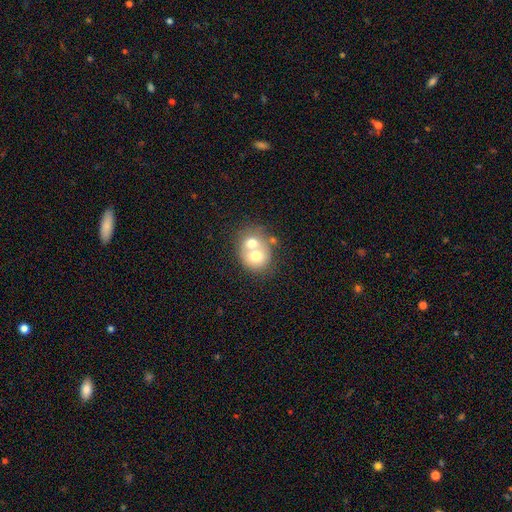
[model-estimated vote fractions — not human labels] Smooth or featured? Predicted: smooth (p=0.63). How rounded? Predicted: round (p=0.68). Merging? Predicted: merger (p=0.69).